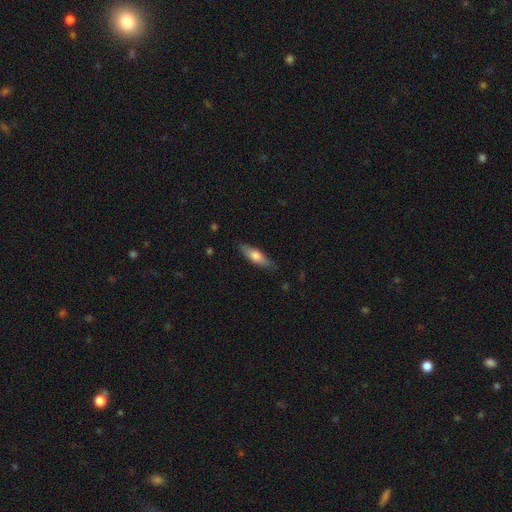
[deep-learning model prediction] The model was most divided on "how rounded": cigar-shaped: 59%, in between: 39%, round: 2%. More confident: merging — none (84%); smooth or featured — smooth (59%).